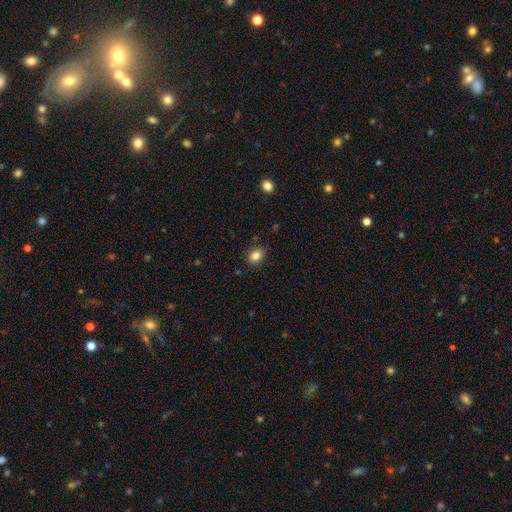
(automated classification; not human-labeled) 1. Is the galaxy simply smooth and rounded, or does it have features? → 84% smooth, 10% star or artifact, 5% featured or disk.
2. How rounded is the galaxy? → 54% in between, 45% round, 1% cigar-shaped.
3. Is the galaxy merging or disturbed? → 86% none, 10% minor disturbance, 2% major disturbance, 1% merger.